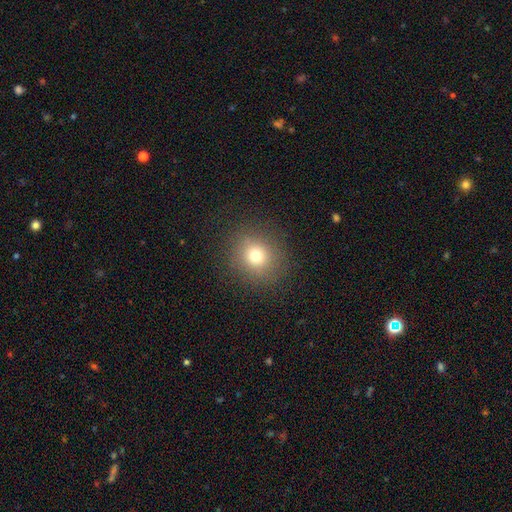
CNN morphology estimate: Q: Smooth or featured?
A: smooth (74%); runner-up: star or artifact (16%)
Q: How rounded?
A: round (86%); runner-up: in between (13%)
Q: Merging?
A: none (86%); runner-up: minor disturbance (9%)